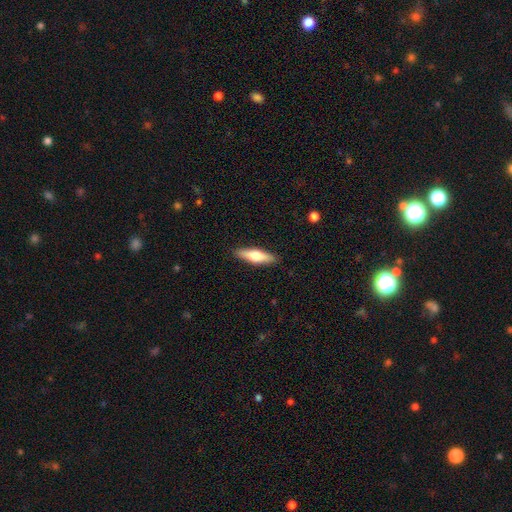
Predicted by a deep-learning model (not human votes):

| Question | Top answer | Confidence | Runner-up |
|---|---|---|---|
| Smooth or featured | smooth | 54% | featured or disk (40%) |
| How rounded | cigar-shaped | 64% | in between (34%) |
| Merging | none | 89% | minor disturbance (8%) |